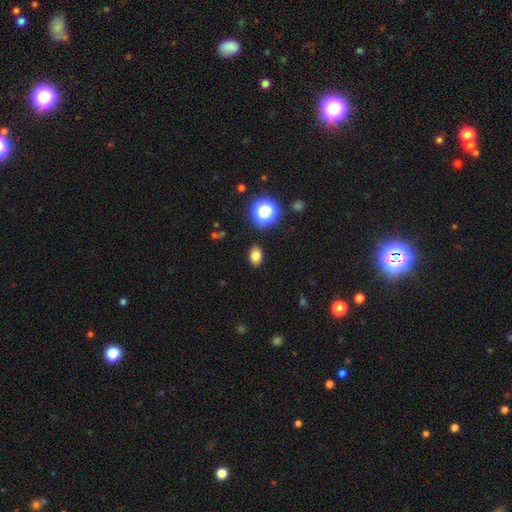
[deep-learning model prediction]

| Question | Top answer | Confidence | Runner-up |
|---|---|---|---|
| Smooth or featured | smooth | 79% | star or artifact (14%) |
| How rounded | in between | 82% | round (17%) |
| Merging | none | 88% | minor disturbance (8%) |